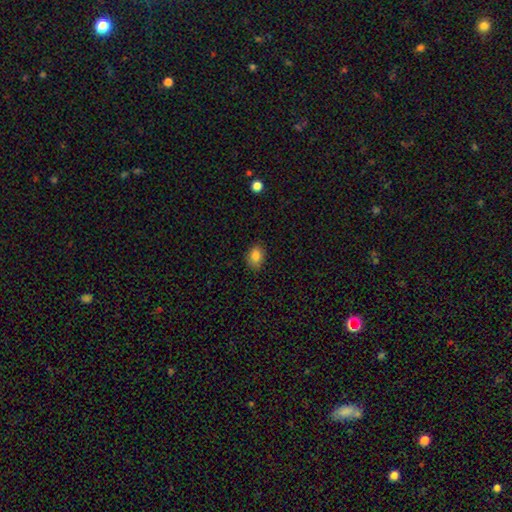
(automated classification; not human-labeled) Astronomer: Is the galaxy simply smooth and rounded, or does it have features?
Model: smooth — 83%.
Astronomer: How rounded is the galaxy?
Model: in between — 69%.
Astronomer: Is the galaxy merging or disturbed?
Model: none — 84%.